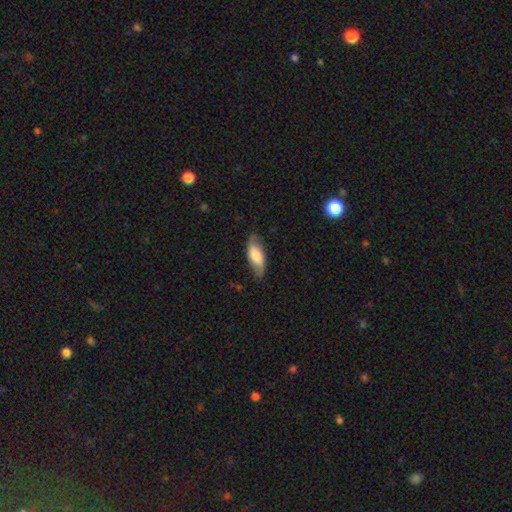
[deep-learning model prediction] Smooth or featured? Predicted: smooth (p=0.55). How rounded? Predicted: in between (p=0.80). Merging? Predicted: none (p=0.73).